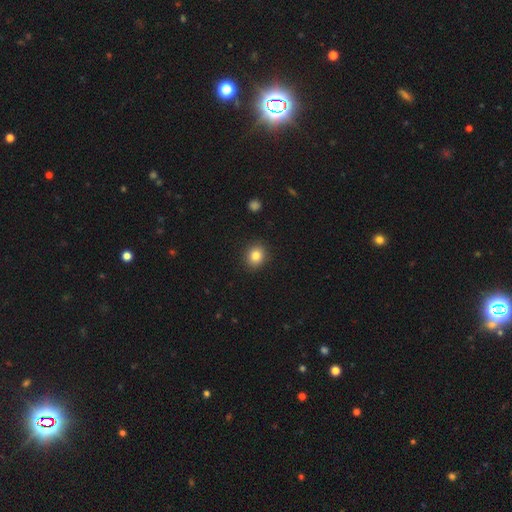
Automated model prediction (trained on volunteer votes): Smooth or featured: smooth — 82% (star or artifact — 11%)
How rounded: round — 75% (in between — 25%)
Merging: none — 91% (minor disturbance — 6%)